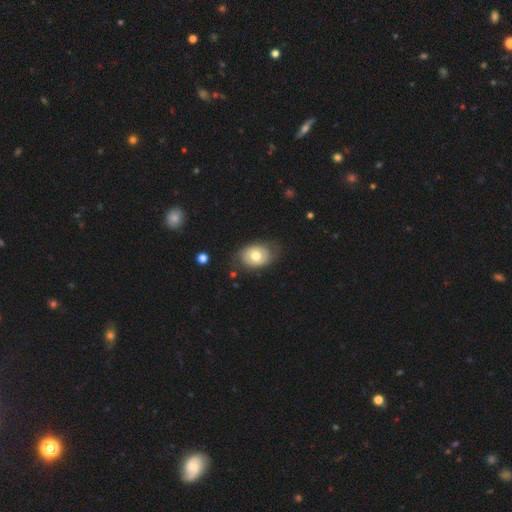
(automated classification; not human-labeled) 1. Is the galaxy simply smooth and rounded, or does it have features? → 65% smooth, 28% featured or disk, 7% star or artifact.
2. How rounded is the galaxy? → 66% in between, 33% round, 1% cigar-shaped.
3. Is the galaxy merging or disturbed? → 74% none, 18% minor disturbance, 6% major disturbance, 2% merger.